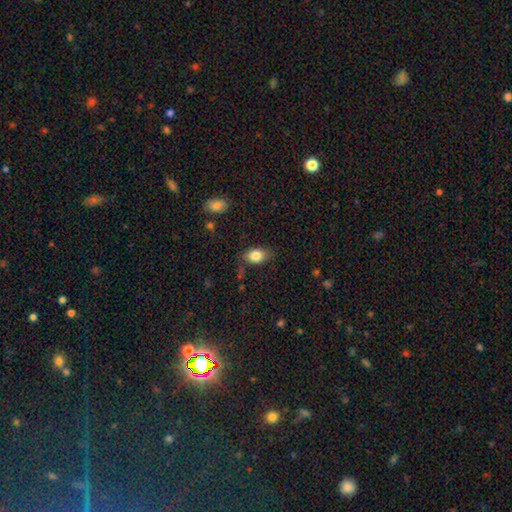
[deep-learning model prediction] This is clearly a smooth galaxy (84%). How rounded: clearly in between (85%). Merging: likely none (77%).